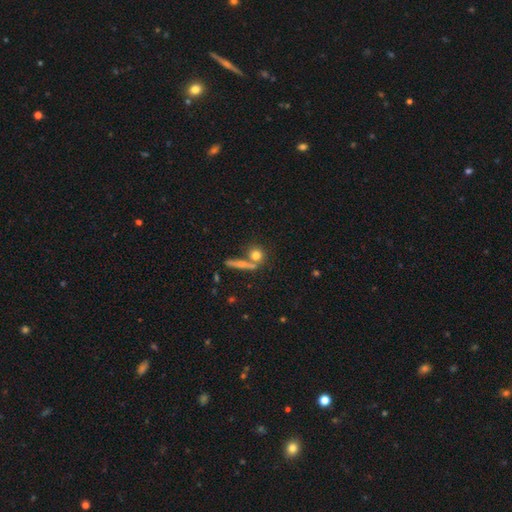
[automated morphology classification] smooth 73%, featured or disk 16%, star or artifact 11%. Down the decision tree: how rounded — round (76%); merging — none (63%).